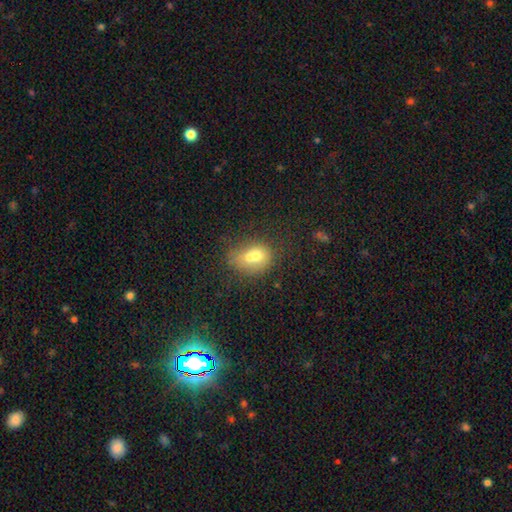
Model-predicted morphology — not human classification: This appears to be a smooth galaxy with no disk features (66%) that is in between round and cigar-shaped (63%). Merging: merger (54%).